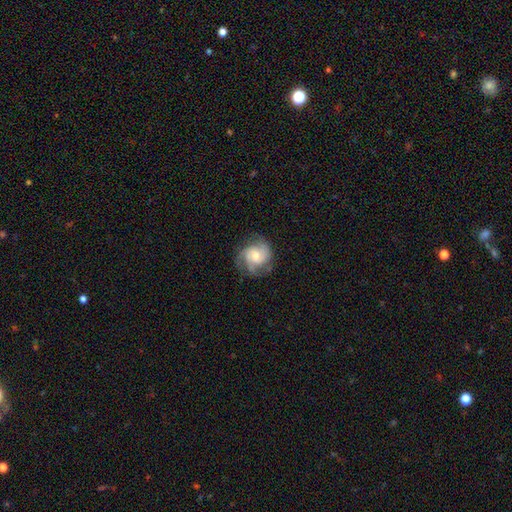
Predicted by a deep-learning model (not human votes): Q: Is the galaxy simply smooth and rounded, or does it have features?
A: featured or disk — 75%.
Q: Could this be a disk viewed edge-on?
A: no — 98%.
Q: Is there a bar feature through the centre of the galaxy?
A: no — 66%.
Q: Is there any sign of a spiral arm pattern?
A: yes — 95%.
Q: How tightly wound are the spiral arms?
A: medium — 45%.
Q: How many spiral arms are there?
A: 3 — 37%.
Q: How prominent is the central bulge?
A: moderate — 55%.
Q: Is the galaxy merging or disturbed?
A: none — 71%.